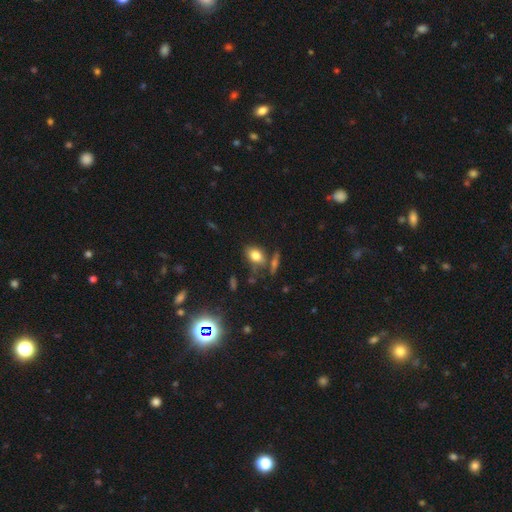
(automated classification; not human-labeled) smooth_or_featured: smooth (p=0.77) [alt: featured or disk p=0.12]
how_rounded: in between (p=0.73) [alt: round p=0.24]
merging: none (p=0.63) [alt: minor disturbance p=0.16]